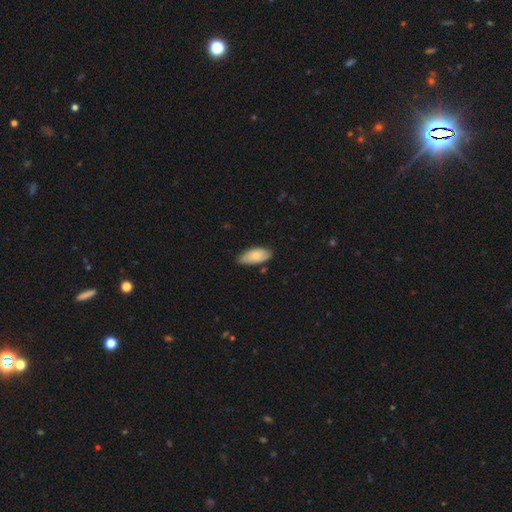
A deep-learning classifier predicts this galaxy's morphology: Smooth or featured: smooth — 74% (featured or disk — 20%)
How rounded: in between — 91% (cigar-shaped — 6%)
Merging: none — 75% (minor disturbance — 20%)